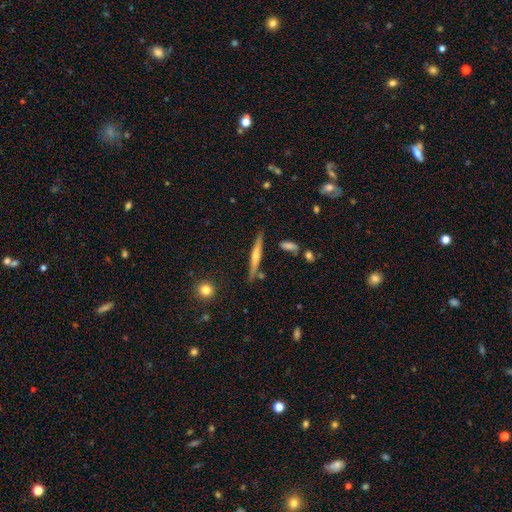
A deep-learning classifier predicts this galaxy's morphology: featured or disk 65%, smooth 28%, star or artifact 6%. Down the decision tree: edge-on disk — yes (97%); edge-on bulge — rounded (81%); merging — none (84%).